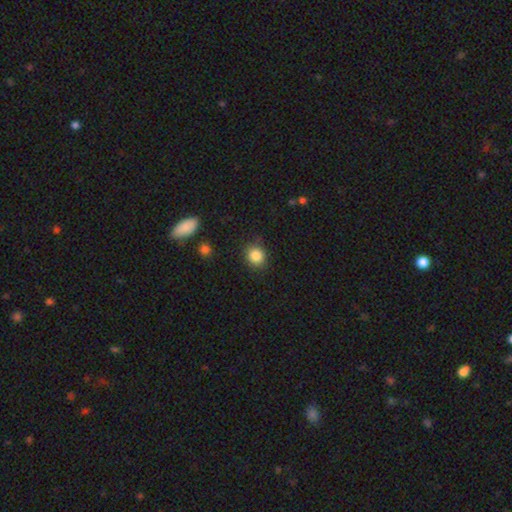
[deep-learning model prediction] smooth 85%, star or artifact 10%, featured or disk 4%. Down the decision tree: how rounded — round (79%); merging — none (86%).